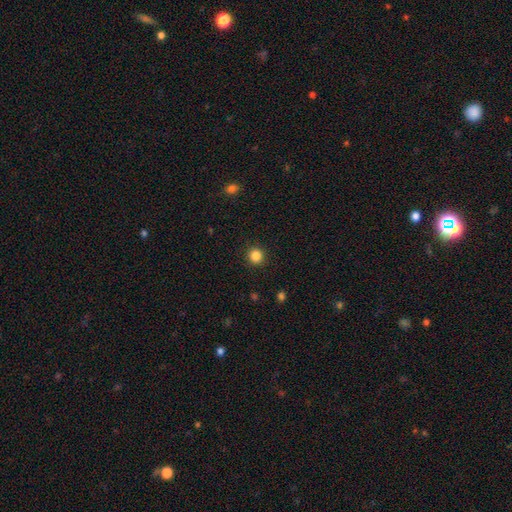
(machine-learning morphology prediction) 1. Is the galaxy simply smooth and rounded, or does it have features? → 85% smooth, 11% star or artifact, 4% featured or disk.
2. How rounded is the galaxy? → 94% round, 6% in between, 1% cigar-shaped.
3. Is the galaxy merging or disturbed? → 92% none, 5% minor disturbance, 2% major disturbance, 1% merger.